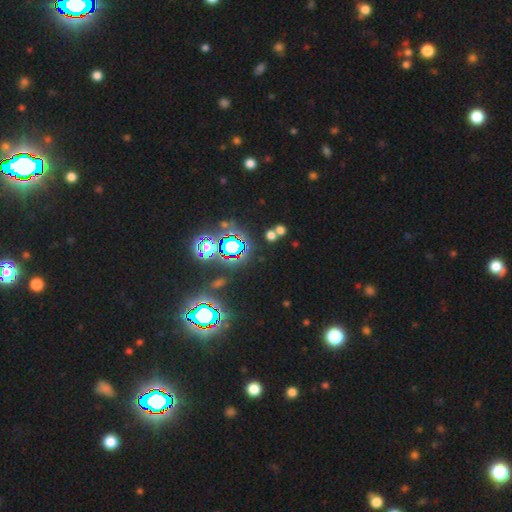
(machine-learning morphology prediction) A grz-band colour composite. It shows a star or artifact, not a galaxy (81%).